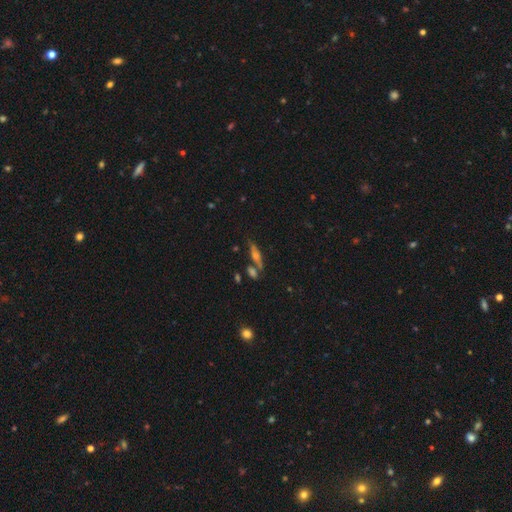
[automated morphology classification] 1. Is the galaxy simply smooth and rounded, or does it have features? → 51% featured or disk, 38% smooth, 12% star or artifact.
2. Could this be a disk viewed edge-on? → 91% yes, 9% no.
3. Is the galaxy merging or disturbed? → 65% none, 18% merger, 12% minor disturbance, 5% major disturbance.